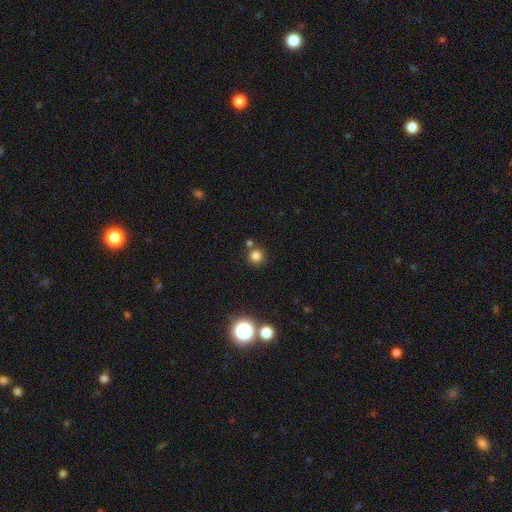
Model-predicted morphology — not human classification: This appears to be a smooth galaxy with no disk features (78%) that is round (94%). Merging: none (78%).